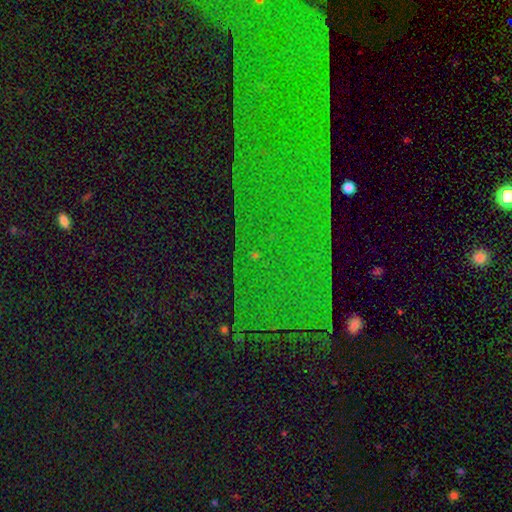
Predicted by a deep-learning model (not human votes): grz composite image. It shows a star or artifact, not a galaxy (82%).